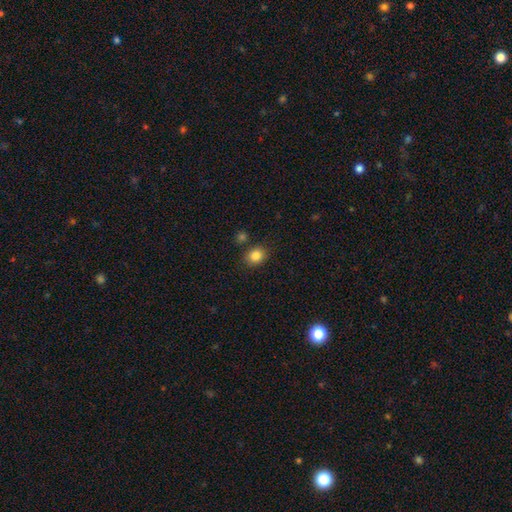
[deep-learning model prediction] A smooth galaxy with no disk features (84%) that is round (60%).

Vote fractions:
- Smooth or featured? smooth: 84% / star or artifact: 10% / featured or disk: 5%
- How rounded? round: 60% / in between: 40% / cigar-shaped: 1%
- Merging? none: 82% / minor disturbance: 10% / merger: 6% / major disturbance: 3%